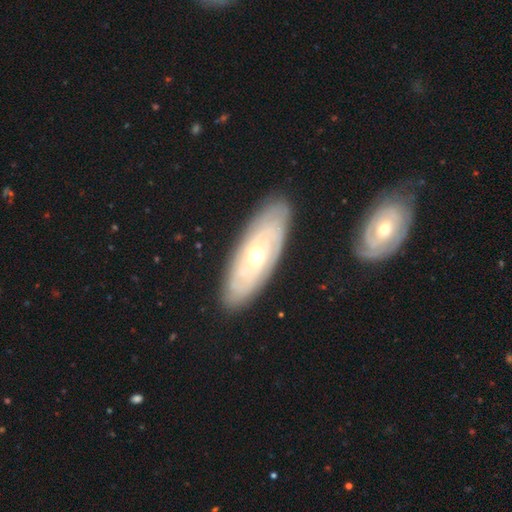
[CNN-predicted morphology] Smooth or featured: featured or disk — 77% (smooth — 18%)
Edge-on disk: no — 84% (yes — 16%)
Bar: no — 68% (weak — 24%)
Spiral arms: yes — 80% (no — 20%)
Spiral winding: tight — 75% (medium — 19%)
Spiral arm count: can't tell — 55% (2 — 18%)
Bulge size: moderate — 74% (small — 17%)
Merging: none — 85% (minor disturbance — 10%)